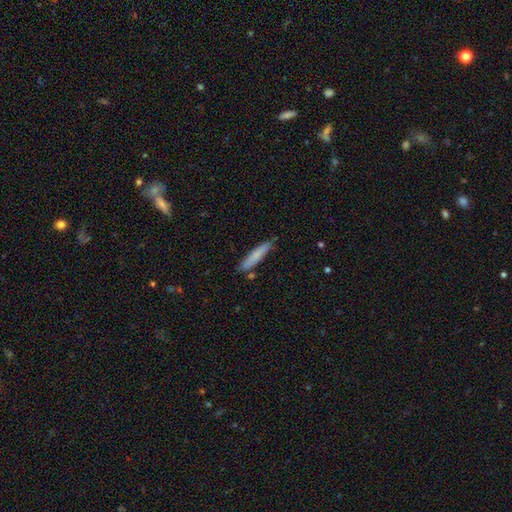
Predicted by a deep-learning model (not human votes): Q: Smooth or featured?
A: smooth (77%); runner-up: featured or disk (17%)
Q: How rounded?
A: cigar-shaped (91%); runner-up: in between (8%)
Q: Merging?
A: none (82%); runner-up: minor disturbance (13%)